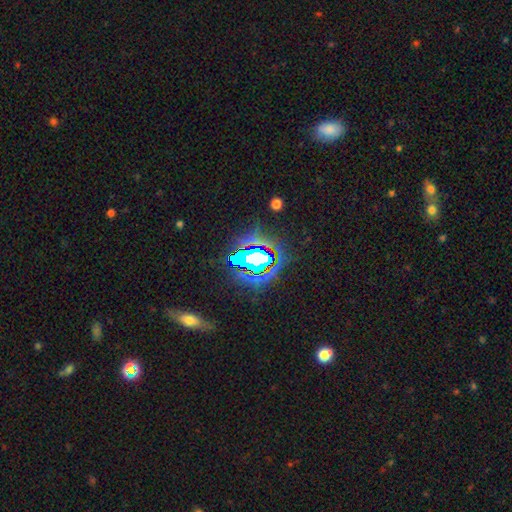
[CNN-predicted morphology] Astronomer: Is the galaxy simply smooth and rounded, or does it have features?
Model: star or artifact — 66%.